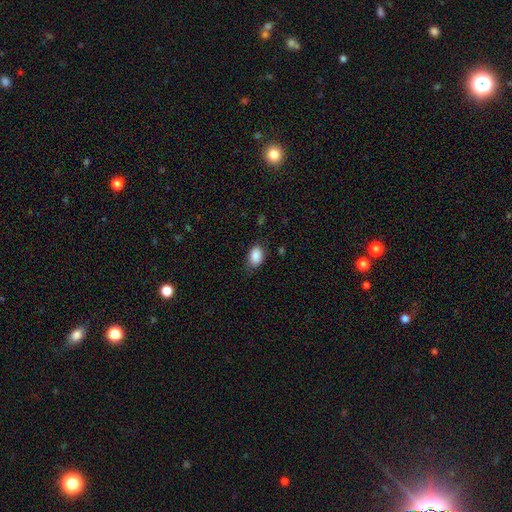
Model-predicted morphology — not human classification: type=smooth (89%); roundness=in between (88%); merging=none (76%).